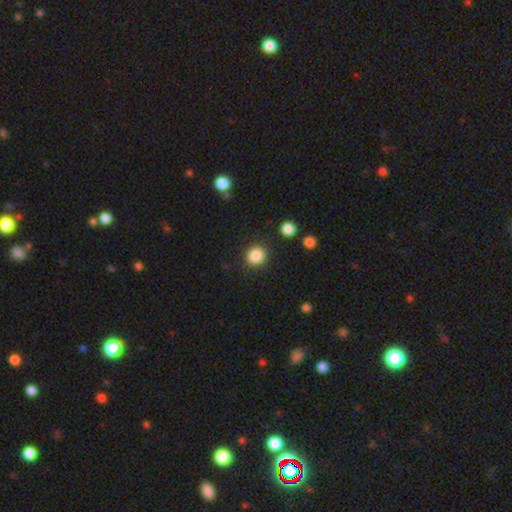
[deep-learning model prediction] Smooth or featured: smooth — 87% (star or artifact — 10%)
How rounded: round — 86% (in between — 13%)
Merging: none — 88% (minor disturbance — 7%)